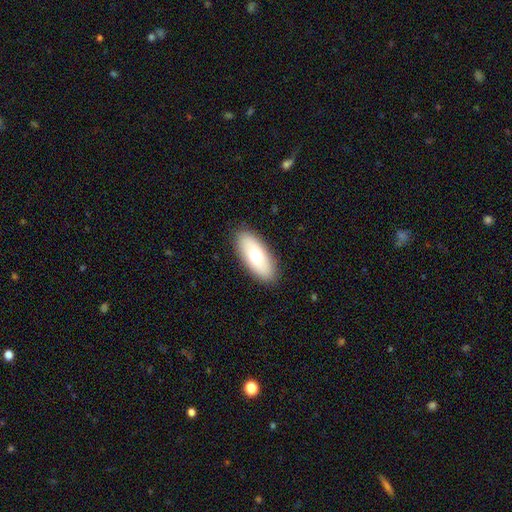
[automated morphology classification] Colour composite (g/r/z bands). It shows a smooth galaxy with no disk features (70%) that is in between round and cigar-shaped (84%). Merging: none (89%).